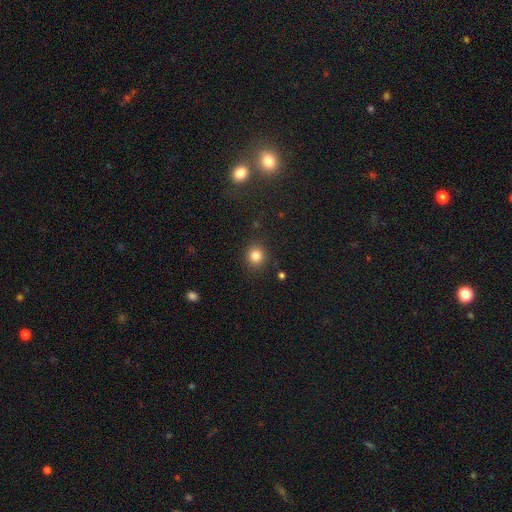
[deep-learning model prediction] A smooth galaxy with no disk features (83%) that is round (85%).

Vote fractions:
- Smooth or featured? smooth: 83% / star or artifact: 12% / featured or disk: 5%
- How rounded? round: 85% / in between: 14% / cigar-shaped: 1%
- Merging? none: 89% / minor disturbance: 7% / major disturbance: 3% / merger: 2%